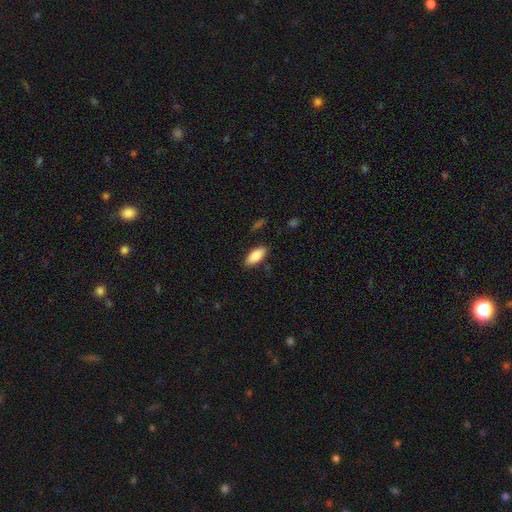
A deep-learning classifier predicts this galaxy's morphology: Smooth or featured: smooth — 86% (featured or disk — 8%)
How rounded: in between — 88% (cigar-shaped — 10%)
Merging: none — 84% (minor disturbance — 12%)